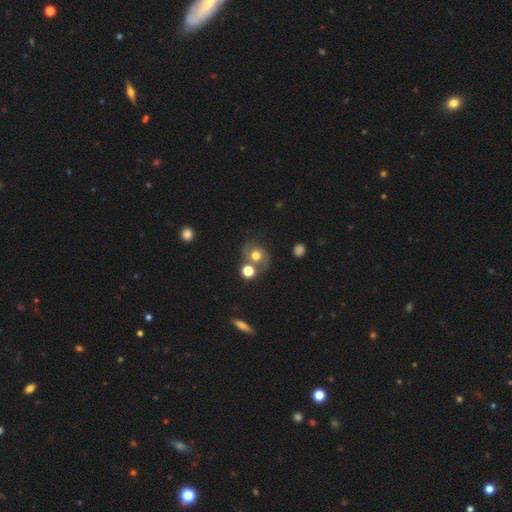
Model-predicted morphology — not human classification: A featured or disk galaxy (47%).

Vote fractions:
- Smooth or featured? featured or disk: 47% / smooth: 40% / star or artifact: 12%
- Merging? none: 58% / merger: 17% / minor disturbance: 16% / major disturbance: 9%